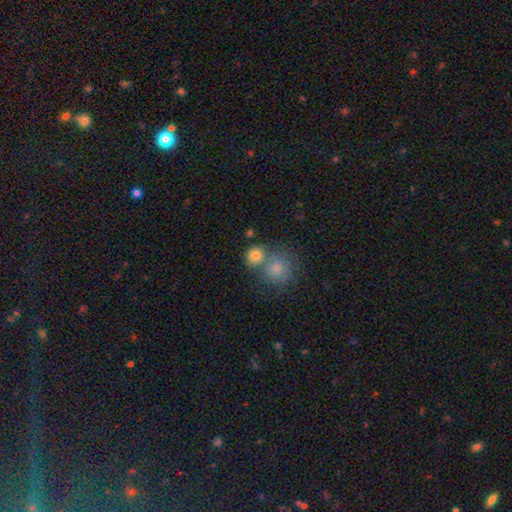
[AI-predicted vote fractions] Smooth or featured? smooth (82%)
How rounded? round (81%)
Merging? none (51%)